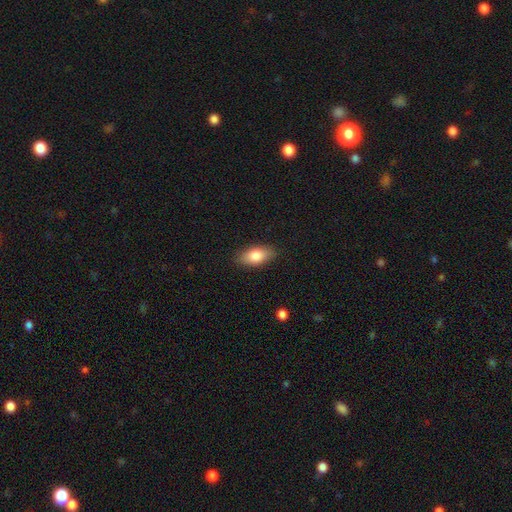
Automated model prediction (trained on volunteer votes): smooth-or-featured: smooth: 83% | featured or disk: 11% | star or artifact: 7%
  how-rounded: in between: 89% | cigar-shaped: 8% | round: 4%
  merging: none: 86% | minor disturbance: 10% | major disturbance: 2% | merger: 1%